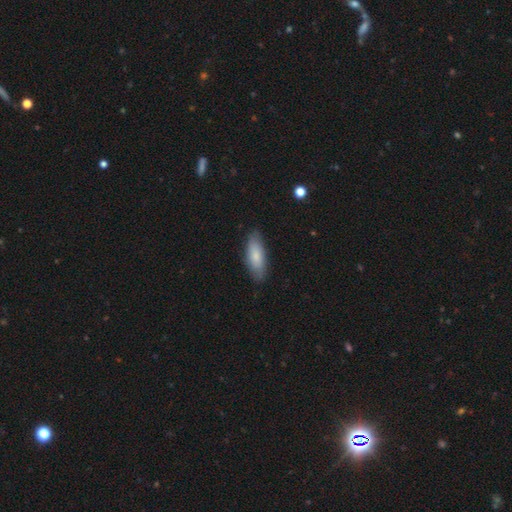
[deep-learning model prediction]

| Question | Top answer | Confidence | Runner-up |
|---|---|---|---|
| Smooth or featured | smooth | 78% | featured or disk (16%) |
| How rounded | in between | 73% | cigar-shaped (25%) |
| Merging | none | 83% | minor disturbance (14%) |